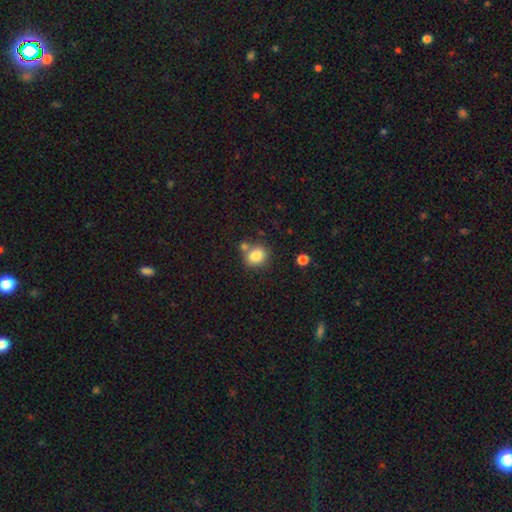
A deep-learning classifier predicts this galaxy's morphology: Overall: smooth (83%). How rounded: round (67%; in between 32%). Merging: none (65%).